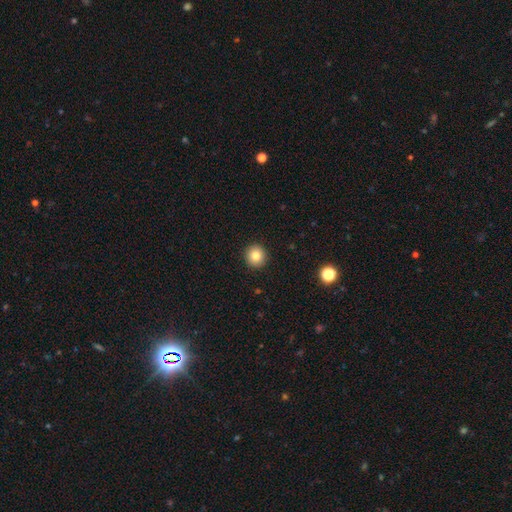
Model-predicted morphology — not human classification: smooth-or-featured: smooth: 82% | star or artifact: 10% | featured or disk: 7%
  how-rounded: round: 94% | in between: 5% | cigar-shaped: 1%
  merging: none: 93% | minor disturbance: 5% | major disturbance: 2% | merger: 1%